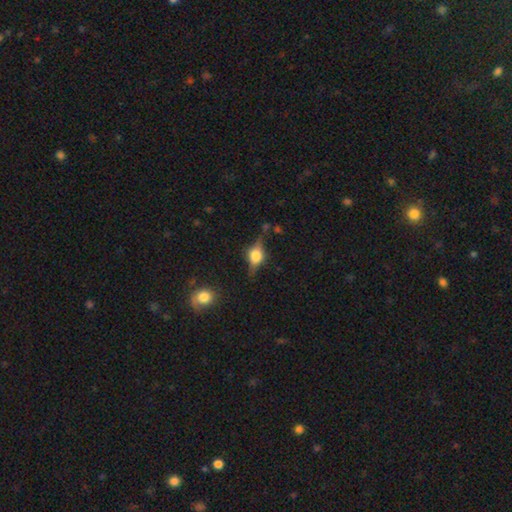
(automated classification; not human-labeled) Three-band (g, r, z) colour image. It shows a featured or disk galaxy (59%) viewed edge-on (93%) with a rounded central bulge (93%). Merging: none (73%).